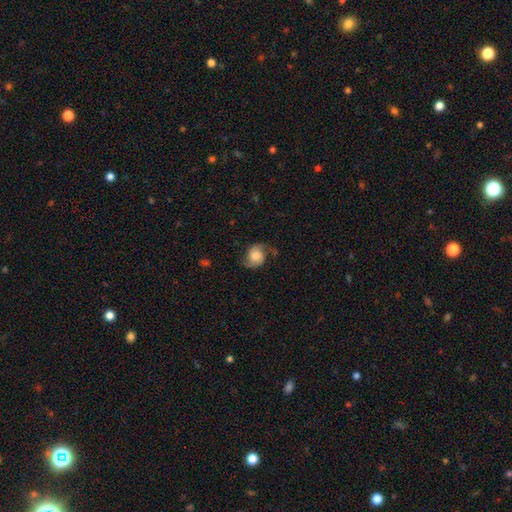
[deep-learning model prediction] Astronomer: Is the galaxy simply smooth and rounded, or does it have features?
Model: featured or disk — 72%.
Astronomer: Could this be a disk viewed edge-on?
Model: no — 98%.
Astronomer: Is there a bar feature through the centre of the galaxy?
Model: no — 70%.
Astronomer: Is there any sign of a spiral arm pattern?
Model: yes — 95%.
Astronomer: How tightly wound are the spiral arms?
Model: loose — 46% (runner-up: medium, 40%).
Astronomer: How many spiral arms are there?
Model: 2 — 92%.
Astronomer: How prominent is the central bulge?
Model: large — 34% (runner-up: moderate, 22%).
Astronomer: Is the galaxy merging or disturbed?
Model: none — 71%.